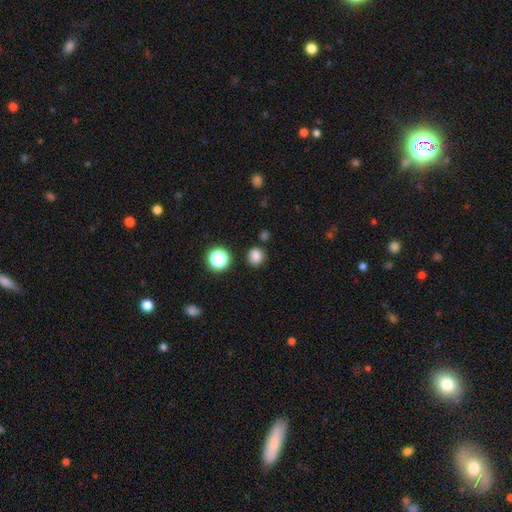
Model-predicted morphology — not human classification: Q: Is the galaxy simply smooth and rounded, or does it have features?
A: smooth — 81%.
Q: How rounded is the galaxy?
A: round — 80%.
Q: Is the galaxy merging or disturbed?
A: none — 83%.